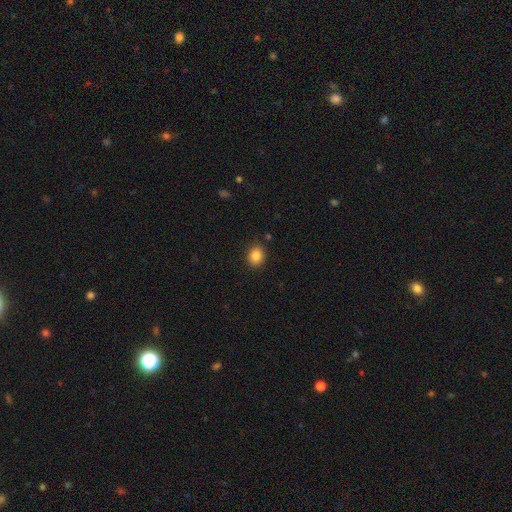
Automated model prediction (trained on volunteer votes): Smooth or featured? Predicted: smooth (p=0.85). How rounded? Predicted: round (p=0.56). Merging? Predicted: none (p=0.87).